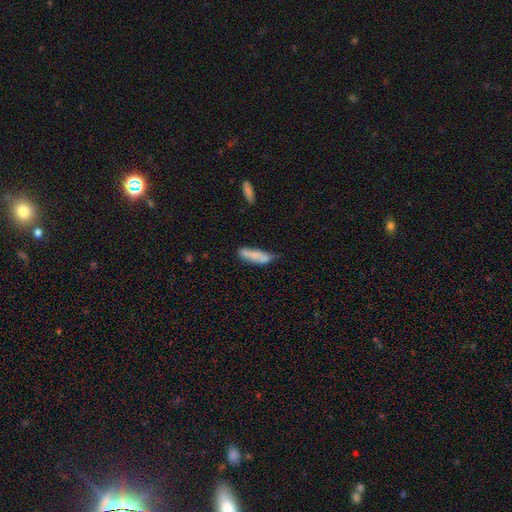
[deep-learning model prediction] The model was most divided on "merging": none: 52%, minor disturbance: 33%, major disturbance: 9%, merger: 6%. More confident: smooth or featured — smooth (76%); how rounded — cigar-shaped (65%).